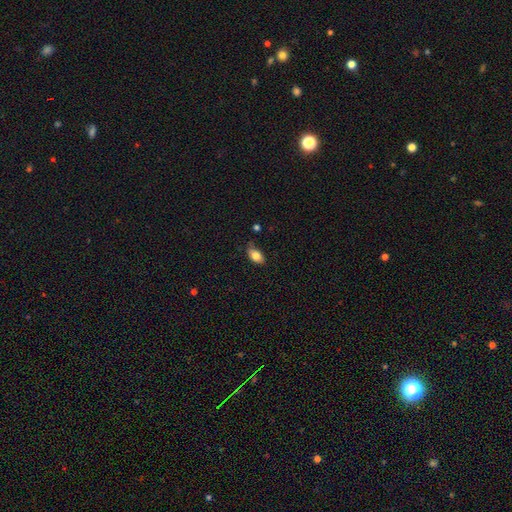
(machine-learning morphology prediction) A smooth galaxy with no disk features (82%) that is in between round and cigar-shaped (90%). Merging: none (64%).